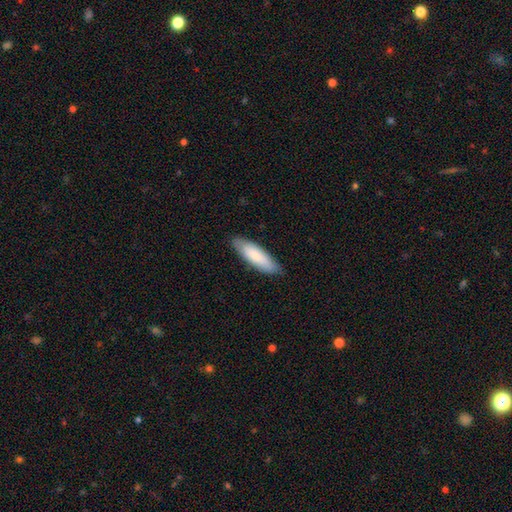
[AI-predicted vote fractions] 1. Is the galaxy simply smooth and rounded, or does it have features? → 79% smooth, 15% featured or disk, 5% star or artifact.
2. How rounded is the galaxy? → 49% in between (tied), 49% cigar-shaped (tied), 1% round.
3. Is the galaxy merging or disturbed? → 85% none, 12% minor disturbance, 2% major disturbance, 1% merger.